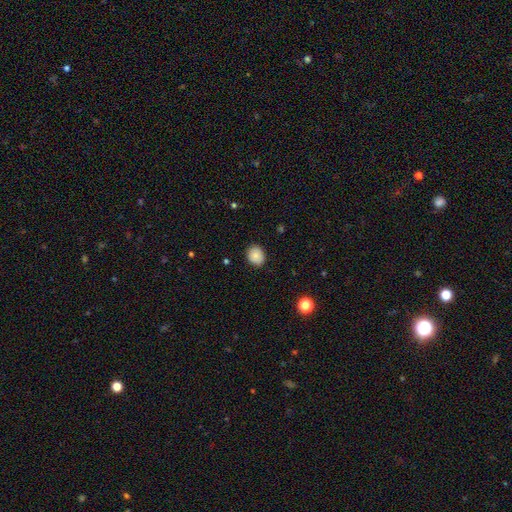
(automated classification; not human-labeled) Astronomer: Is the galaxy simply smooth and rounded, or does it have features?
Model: smooth — 83%.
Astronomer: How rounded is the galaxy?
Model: round — 66%.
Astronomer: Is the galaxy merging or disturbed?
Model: none — 87%.